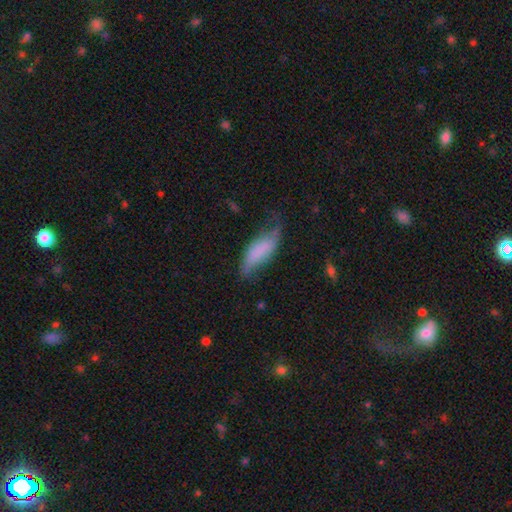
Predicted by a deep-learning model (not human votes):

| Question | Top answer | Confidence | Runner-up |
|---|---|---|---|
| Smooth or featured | smooth | 59% | featured or disk (32%) |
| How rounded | in between | 67% | cigar-shaped (30%) |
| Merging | none | 39% | minor disturbance (36%) |